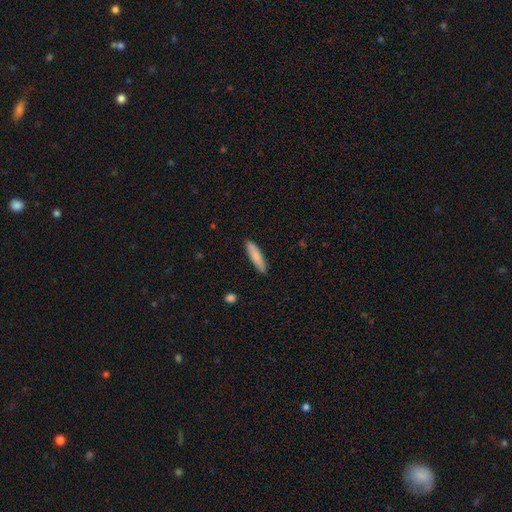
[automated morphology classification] Smooth or featured? Predicted: smooth (p=0.82). How rounded? Predicted: cigar-shaped (p=0.79). Merging? Predicted: none (p=0.89).